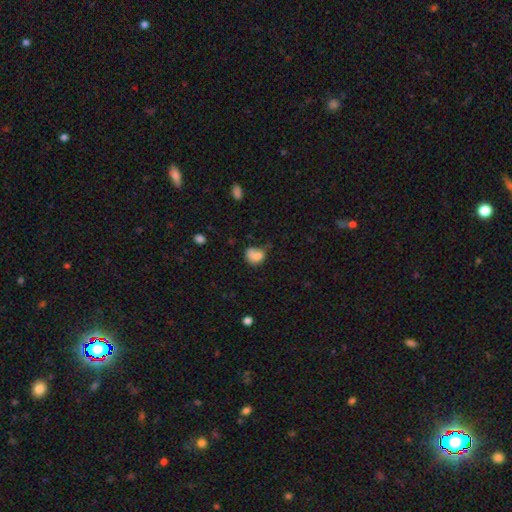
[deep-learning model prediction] smooth-or-featured: smooth: 76% | featured or disk: 14% | star or artifact: 10%
  how-rounded: in between: 52% | round: 47% | cigar-shaped: 1%
  merging: none: 35% | minor disturbance: 29% | major disturbance: 20% | merger: 16%